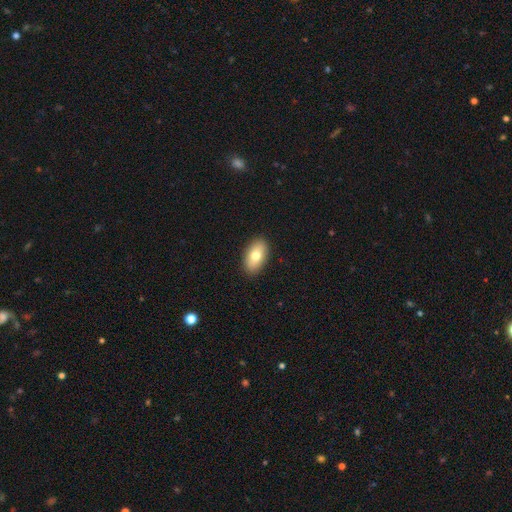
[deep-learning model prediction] This appears to be a smooth galaxy with no disk features (75%) that is in between round and cigar-shaped (92%). Merging: none (90%).